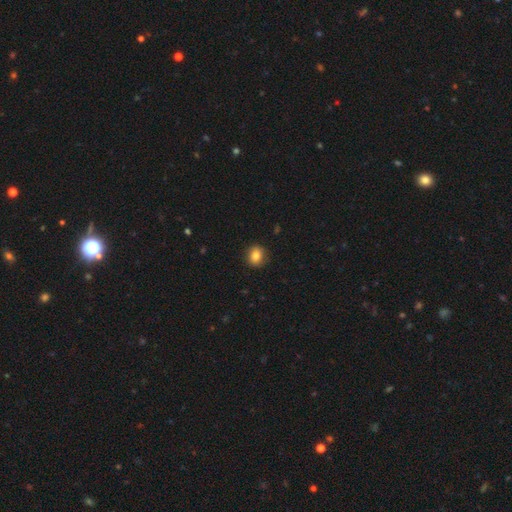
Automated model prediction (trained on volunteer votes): This appears to be a smooth galaxy with no disk features (82%) that is round (71%). Merging: none (89%).